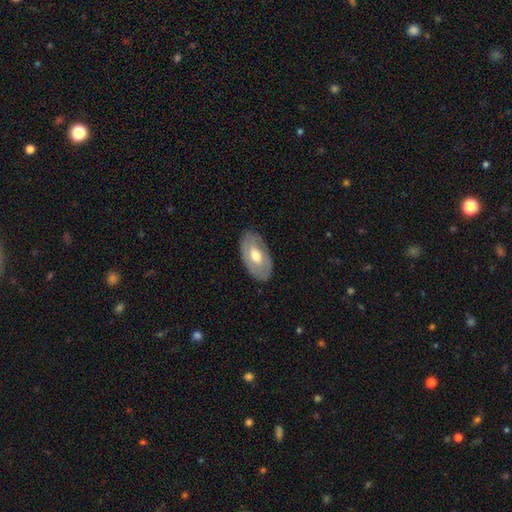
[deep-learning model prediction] Morphology: type=featured or disk (52%); edge-on=no (89%); merging=none (84%).